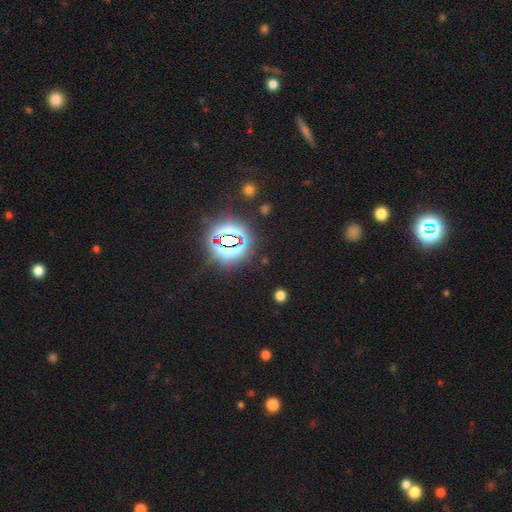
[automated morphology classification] Overall: star or artifact (83%).